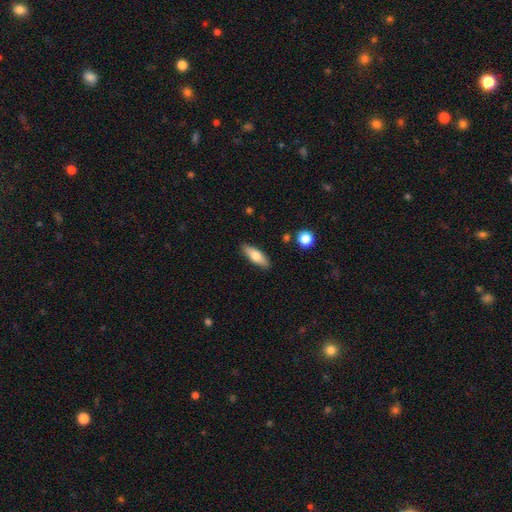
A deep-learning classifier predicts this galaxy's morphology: Smooth or featured: smooth — 70% (featured or disk — 24%)
How rounded: in between — 61% (cigar-shaped — 36%)
Merging: none — 88% (minor disturbance — 9%)